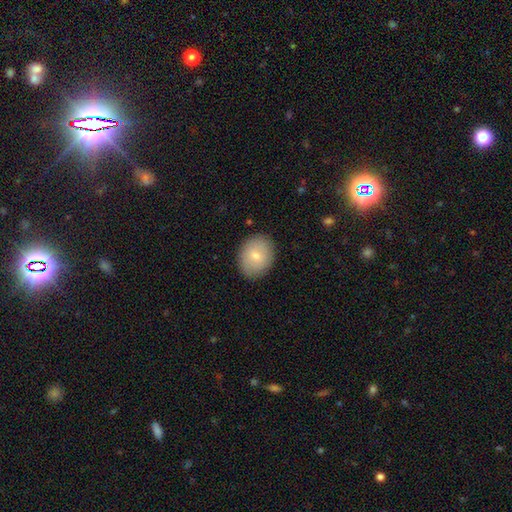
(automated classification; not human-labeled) A smooth galaxy with no disk features (76%) that is in between round and cigar-shaped (54%).

Vote fractions:
- Smooth or featured? smooth: 76% / featured or disk: 17% / star or artifact: 7%
- How rounded? in between: 54% / round: 46% / cigar-shaped: 1%
- Merging? none: 86% / minor disturbance: 10% / major disturbance: 3% / merger: 1%